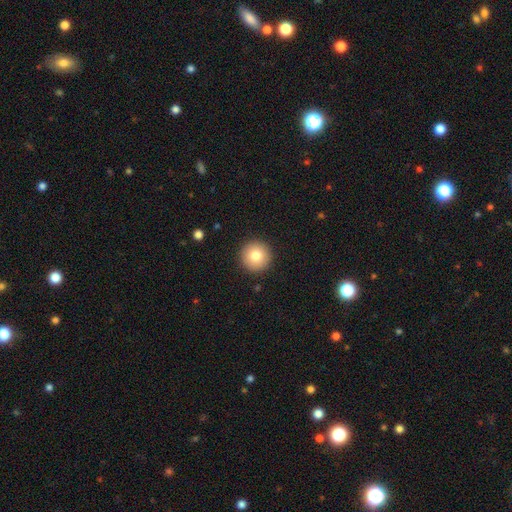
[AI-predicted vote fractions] smooth-or-featured: smooth: 80% | featured or disk: 11% | star or artifact: 9%
  how-rounded: round: 96% | in between: 3% | cigar-shaped: 1%
  merging: none: 93% | minor disturbance: 5% | major disturbance: 2% | merger: 1%